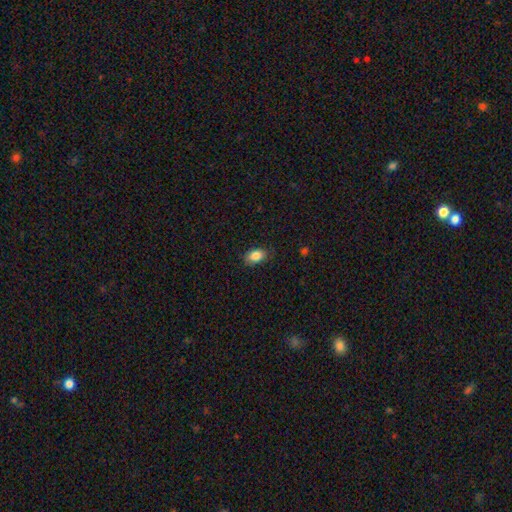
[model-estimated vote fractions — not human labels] Smooth or featured?
  - smooth: 86% *
  - star or artifact: 8%
  - featured or disk: 6%
How rounded?
  - in between: 88% *
  - round: 10%
  - cigar-shaped: 2%
Merging?
  - none: 83% *
  - minor disturbance: 13%
  - major disturbance: 3%
  - merger: 1%